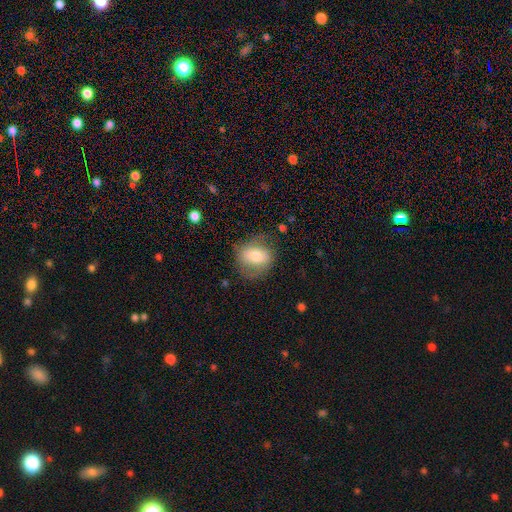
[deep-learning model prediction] A smooth galaxy with no disk features (66%) that is round (51%). Merging: none (71%).